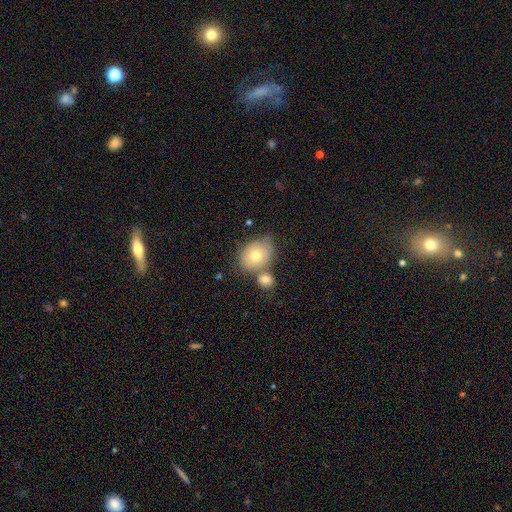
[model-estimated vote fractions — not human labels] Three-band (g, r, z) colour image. It shows a smooth galaxy with no disk features (71%) that is round (50%). Merging: none (48%).